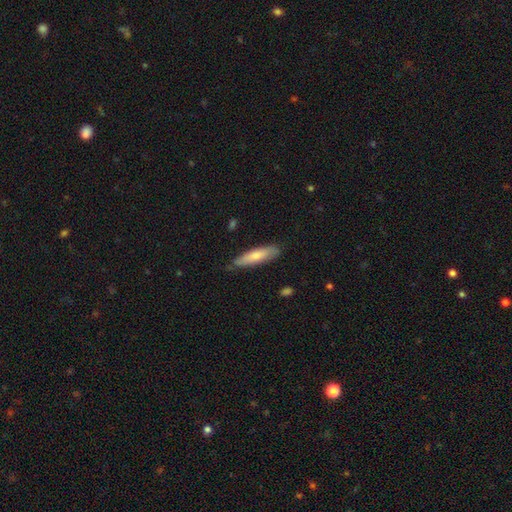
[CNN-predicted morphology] This is likely a smooth galaxy (68%). How rounded: likely cigar-shaped (71%). Merging: likely none (76%).